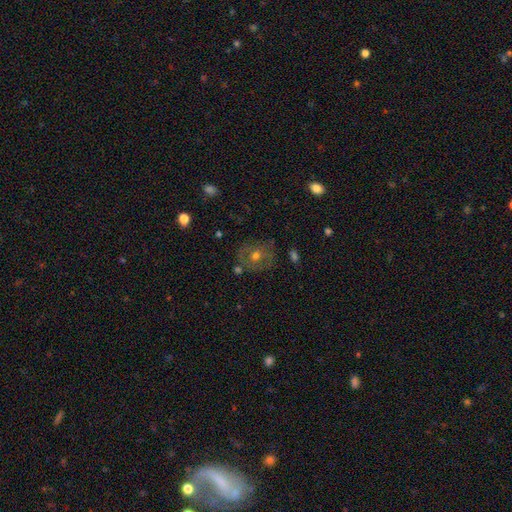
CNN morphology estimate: featured or disk 49%, smooth 37%, star or artifact 14%. Down the decision tree: merging — none (75%).